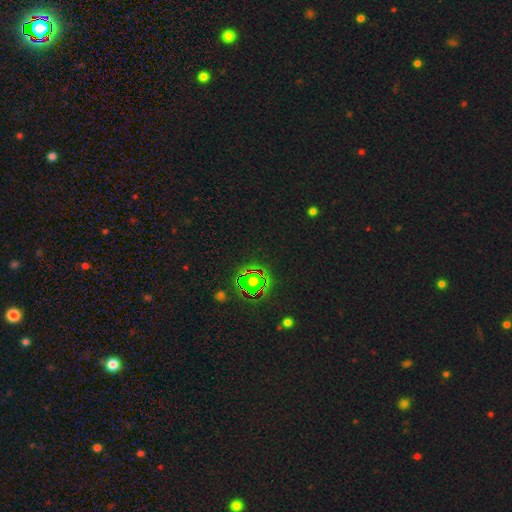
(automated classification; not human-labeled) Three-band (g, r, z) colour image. It shows a star or artifact, not a galaxy (82%).